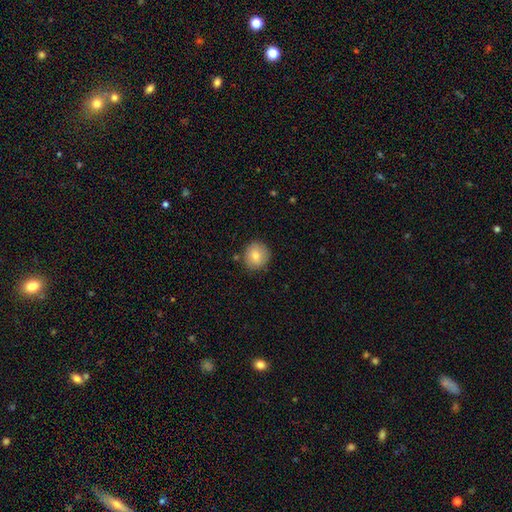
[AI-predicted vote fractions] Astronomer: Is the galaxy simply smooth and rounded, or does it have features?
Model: smooth — 81%.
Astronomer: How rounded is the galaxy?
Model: round — 90%.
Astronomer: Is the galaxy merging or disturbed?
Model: none — 85%.